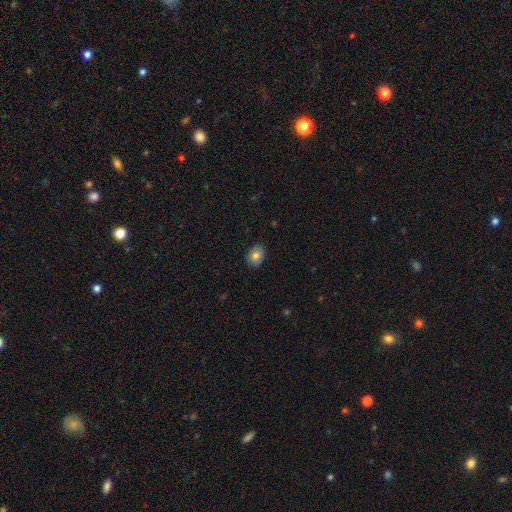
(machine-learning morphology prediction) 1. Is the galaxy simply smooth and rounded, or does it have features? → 81% smooth, 10% featured or disk, 9% star or artifact.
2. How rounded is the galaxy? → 60% in between, 39% round, 1% cigar-shaped.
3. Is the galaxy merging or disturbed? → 88% none, 9% minor disturbance, 2% major disturbance, 1% merger.